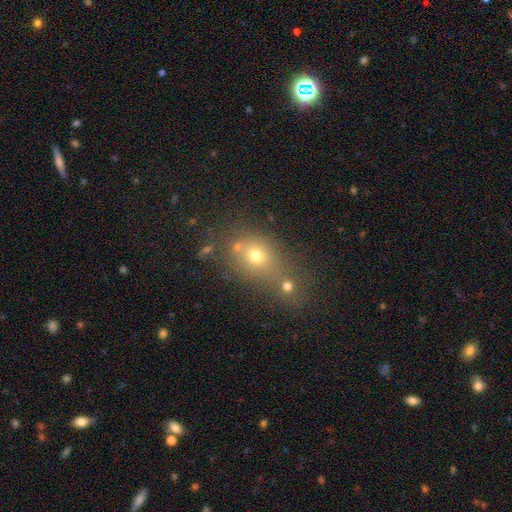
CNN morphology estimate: A smooth galaxy with no disk features (67%) that is round (53%).

Vote fractions:
- Smooth or featured? smooth: 67% / star or artifact: 19% / featured or disk: 14%
- How rounded? round: 53% / in between: 45% / cigar-shaped: 2%
- Merging? none: 44% / merger: 37% / minor disturbance: 12% / major disturbance: 7%